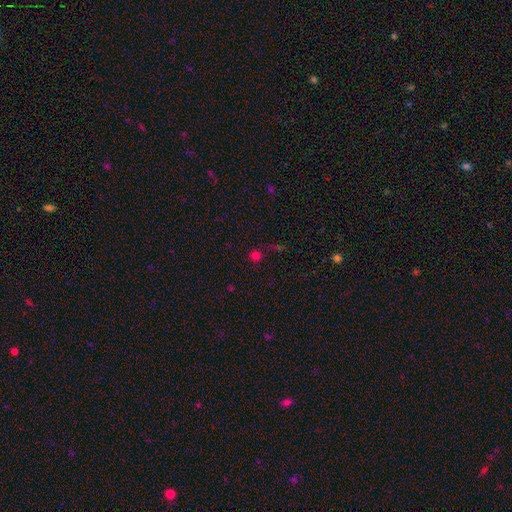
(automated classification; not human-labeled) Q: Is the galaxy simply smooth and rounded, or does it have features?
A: smooth — 65%.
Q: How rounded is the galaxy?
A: round — 92%.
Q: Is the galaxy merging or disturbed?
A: none — 75%.